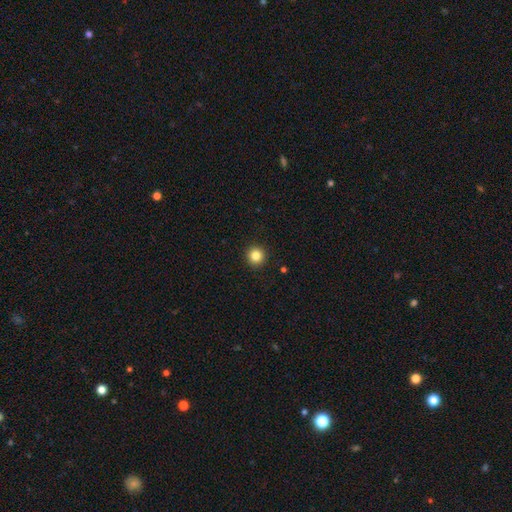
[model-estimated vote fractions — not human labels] smooth-or-featured: smooth: 83% | star or artifact: 11% | featured or disk: 5%
  how-rounded: round: 95% | in between: 4% | cigar-shaped: 1%
  merging: none: 93% | minor disturbance: 4% | major disturbance: 2% | merger: 1%